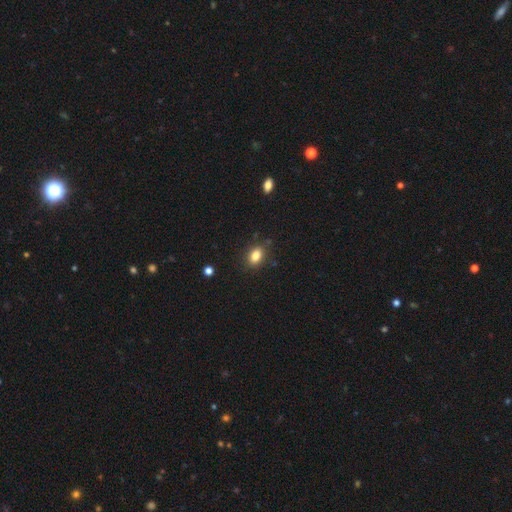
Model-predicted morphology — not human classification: Smooth or featured: smooth — 83% (star or artifact — 10%)
How rounded: in between — 80% (round — 18%)
Merging: none — 84% (minor disturbance — 12%)